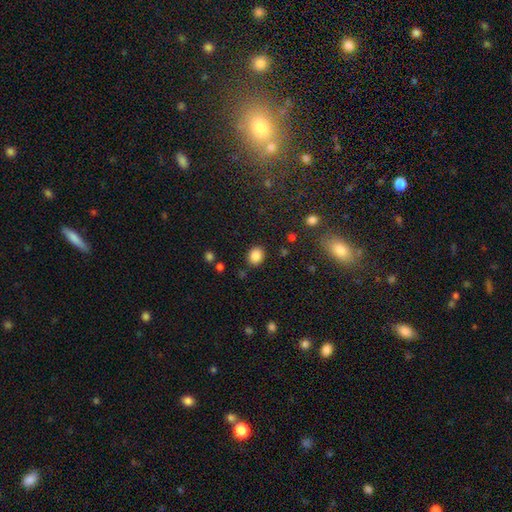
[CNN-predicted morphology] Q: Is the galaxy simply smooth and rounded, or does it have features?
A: smooth — 86%.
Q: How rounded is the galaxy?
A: round — 57%.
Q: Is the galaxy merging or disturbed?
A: none — 86%.